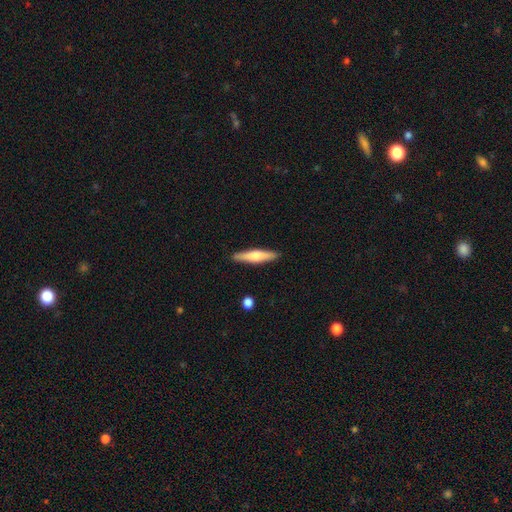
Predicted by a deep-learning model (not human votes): The model was most divided on "smooth or featured": smooth: 55%, featured or disk: 39%, star or artifact: 5%. More confident: merging — none (89%); how rounded — cigar-shaped (85%).